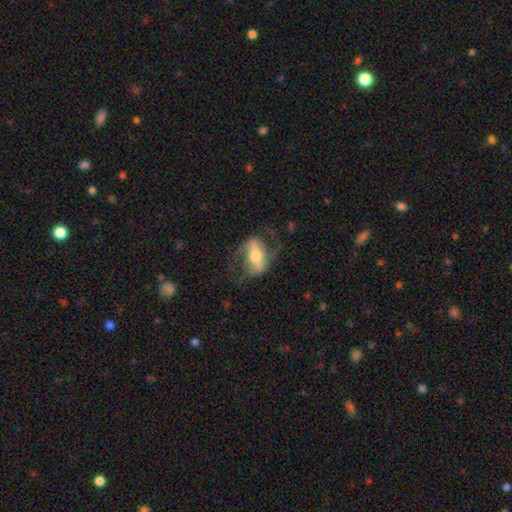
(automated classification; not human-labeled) Morphology: type=featured or disk (70%); edge-on=no (90%); bar=strong (57%); spiral arms=yes (74%); bulge=moderate (62%); merging=none (63%).